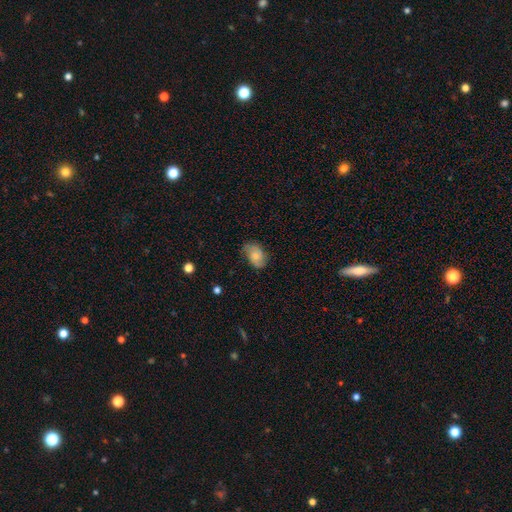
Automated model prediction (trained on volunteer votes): Overall: smooth (55%; featured or disk 38%). How rounded: in between (82%). Merging: none (66%).